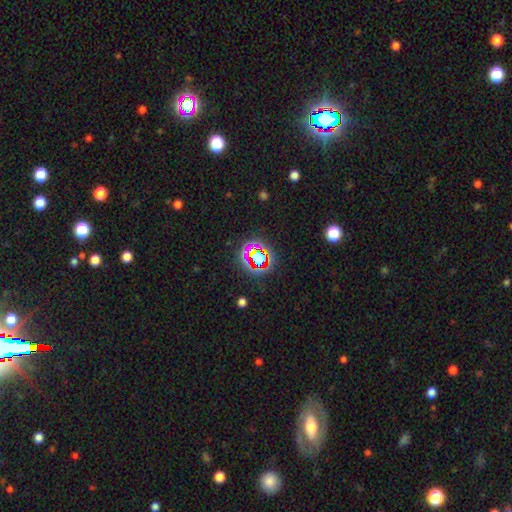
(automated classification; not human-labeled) smooth_or_featured: star or artifact (p=0.64) [alt: smooth p=0.23]